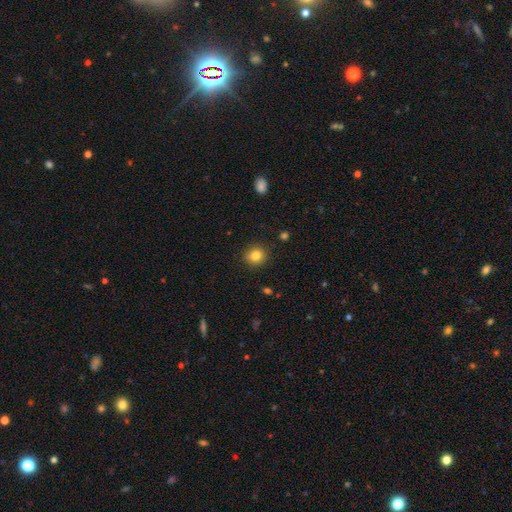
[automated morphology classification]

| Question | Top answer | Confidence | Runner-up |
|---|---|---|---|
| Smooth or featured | smooth | 83% | star or artifact (11%) |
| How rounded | round | 83% | in between (16%) |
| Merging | none | 90% | minor disturbance (7%) |